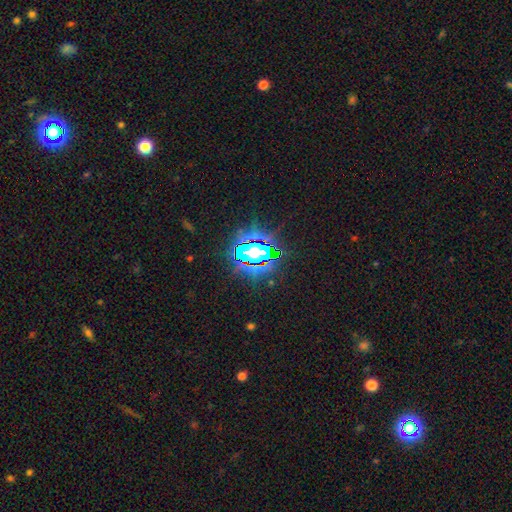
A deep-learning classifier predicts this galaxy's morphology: A star or artifact, not a galaxy (70%).

Vote fractions:
- Smooth or featured? star or artifact: 70% / smooth: 17% / featured or disk: 13%